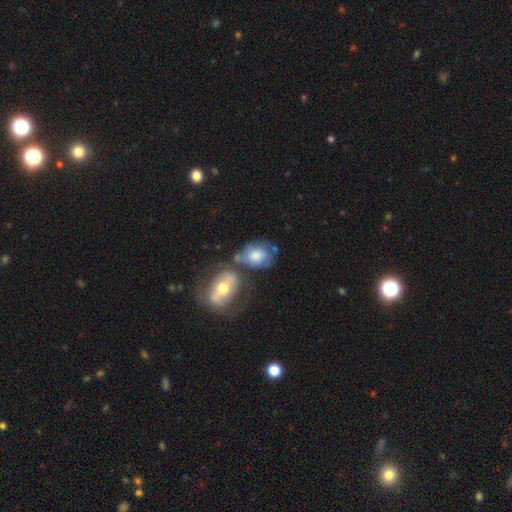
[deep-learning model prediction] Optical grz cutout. It shows a smooth galaxy with no disk features (53%) that is in between round and cigar-shaped (65%). Merging: merger (36%).